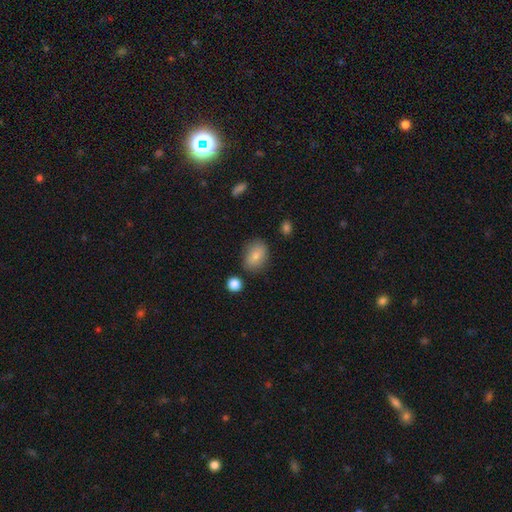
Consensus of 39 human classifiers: smooth 92%, featured or disk 5%, star or artifact 3%. Down the decision tree: how rounded — round (53%); merging — none (74%).